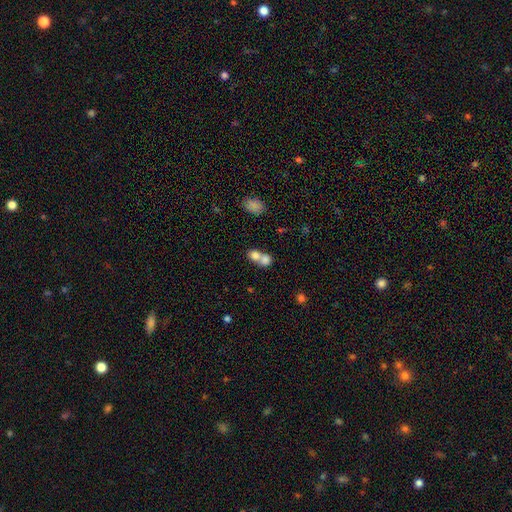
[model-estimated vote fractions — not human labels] smooth-or-featured: smooth: 77% | featured or disk: 13% | star or artifact: 9%
  how-rounded: round: 59% | in between: 40% | cigar-shaped: 2%
  merging: merger: 70% | none: 23% | minor disturbance: 5% | major disturbance: 3%